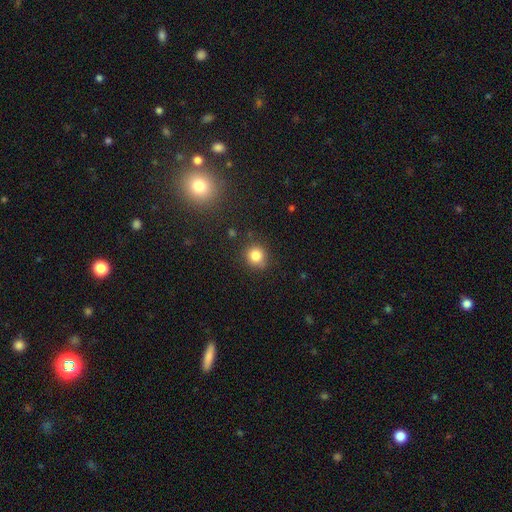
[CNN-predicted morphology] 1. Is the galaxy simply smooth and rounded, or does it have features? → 82% smooth, 12% star or artifact, 6% featured or disk.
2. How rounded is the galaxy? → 87% round, 12% in between, 1% cigar-shaped.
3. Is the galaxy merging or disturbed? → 83% none, 12% minor disturbance, 3% major disturbance, 2% merger.